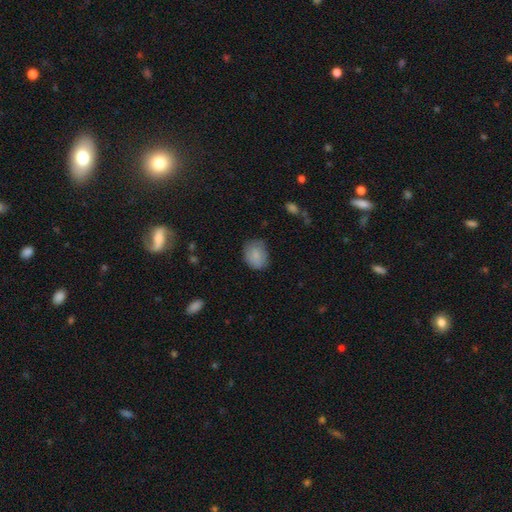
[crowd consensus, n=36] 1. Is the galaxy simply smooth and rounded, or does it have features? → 94% smooth, 3% featured or disk, 3% star or artifact.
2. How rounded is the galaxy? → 59% in between, 41% round, 0% cigar-shaped.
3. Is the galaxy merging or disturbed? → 89% none, 11% minor disturbance, 0% major disturbance, 0% merger.